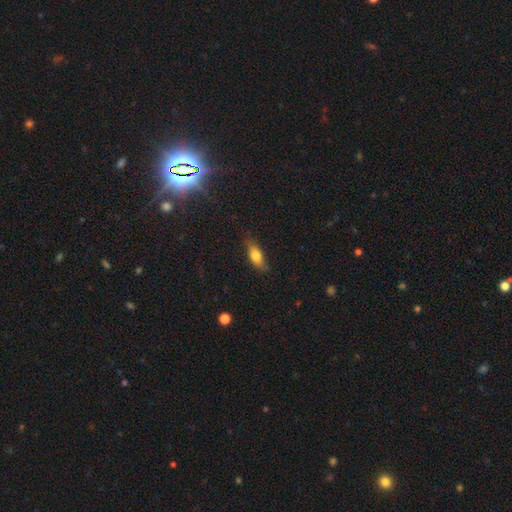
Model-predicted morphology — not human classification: smooth 73%, featured or disk 20%, star or artifact 7%. Down the decision tree: how rounded — in between (74%); merging — none (76%).